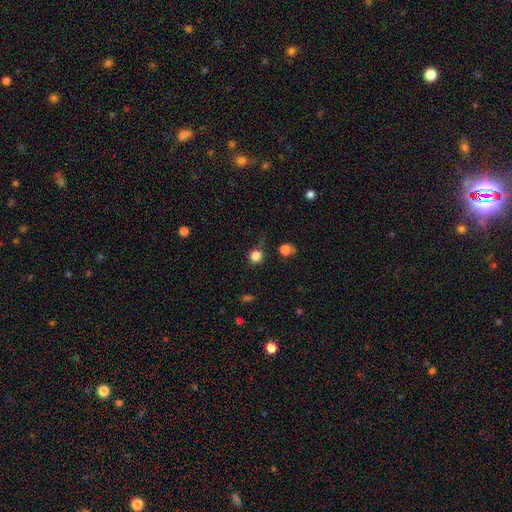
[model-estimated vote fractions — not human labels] Overall: smooth (82%). How rounded: round (94%). Merging: none (79%).